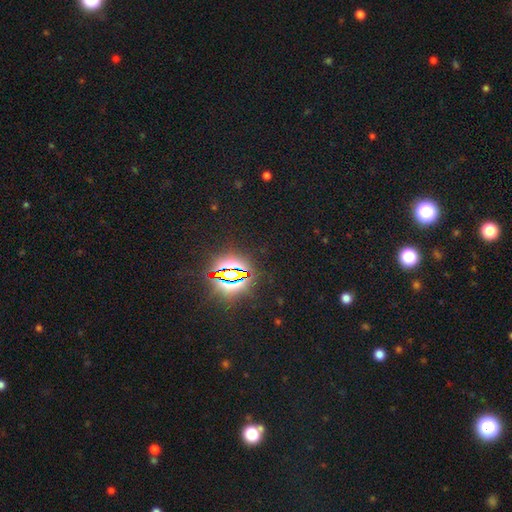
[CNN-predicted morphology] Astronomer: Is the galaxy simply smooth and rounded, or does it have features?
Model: star or artifact — 83%.